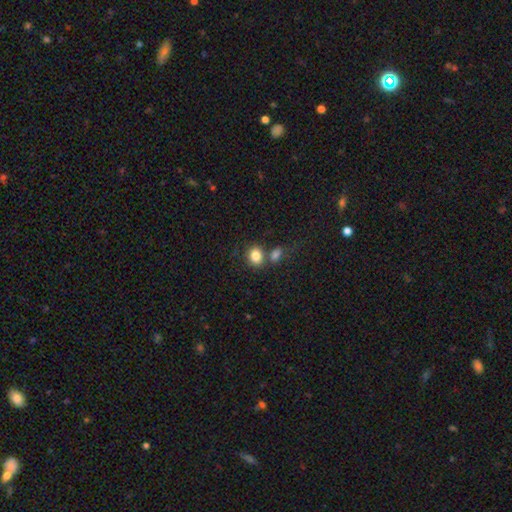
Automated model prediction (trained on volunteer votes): Smooth or featured? Predicted: smooth (p=0.83). How rounded? Predicted: round (p=0.60). Merging? Predicted: none (p=0.55).